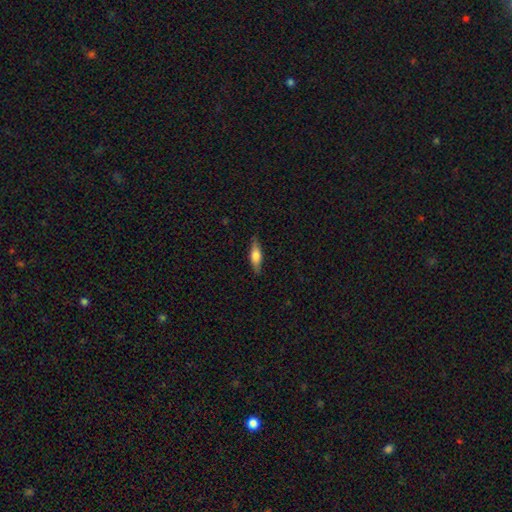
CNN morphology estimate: Q: Smooth or featured?
A: smooth (58%); runner-up: featured or disk (36%)
Q: How rounded?
A: cigar-shaped (53%); runner-up: in between (45%)
Q: Merging?
A: none (84%); runner-up: minor disturbance (12%)